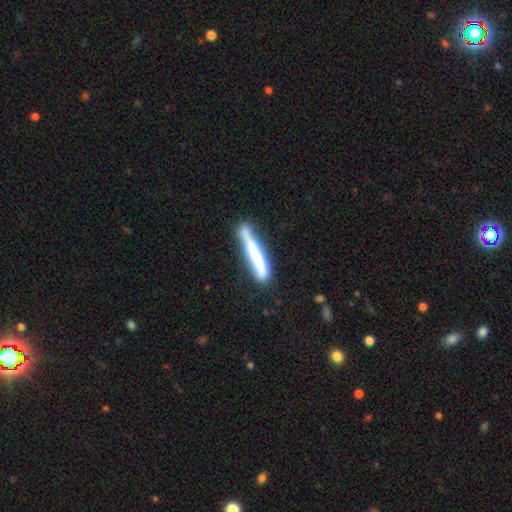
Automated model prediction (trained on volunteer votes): This appears to be a smooth galaxy with no disk features (60%) that is cigar-shaped (94%). Merging: none (71%).